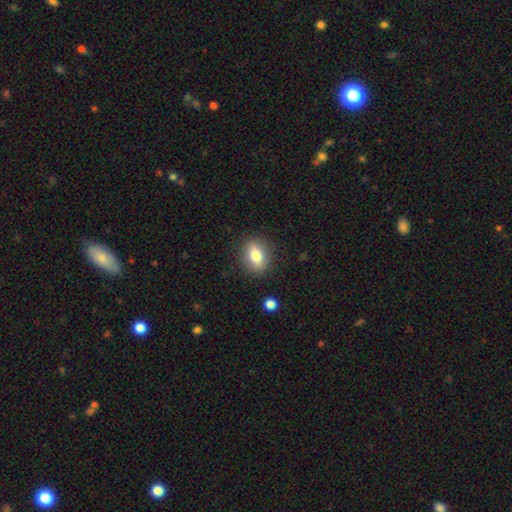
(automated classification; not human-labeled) This is likely a smooth galaxy (75%). How rounded: likely in between (70%). Merging: clearly none (86%).